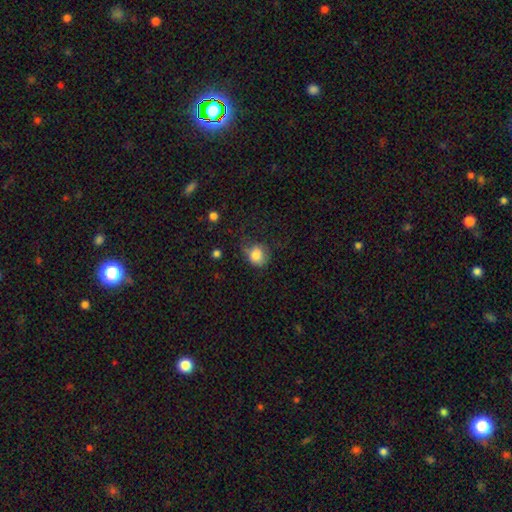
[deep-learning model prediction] Smooth or featured? smooth (81%)
How rounded? round (69%)
Merging? none (51%)